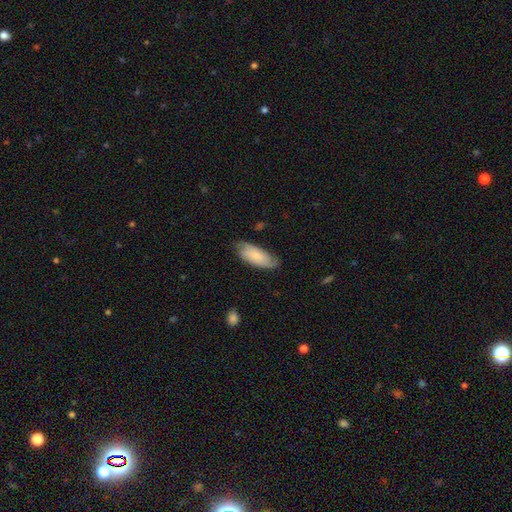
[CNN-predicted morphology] The model was most divided on "smooth or featured": smooth: 57%, featured or disk: 36%, star or artifact: 6%. More confident: how rounded — in between (80%); merging — none (71%).